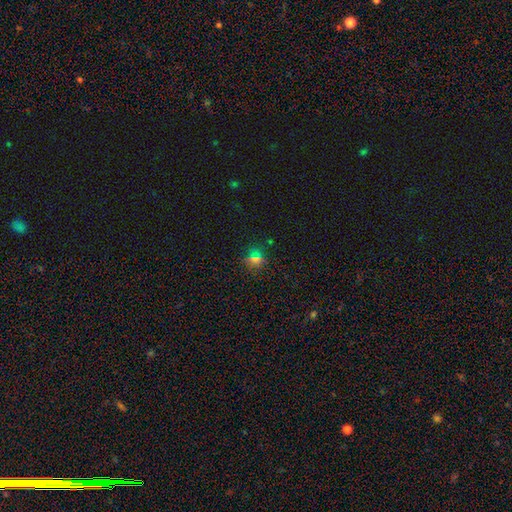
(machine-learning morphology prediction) A smooth galaxy with no disk features (59%) that is round (84%). Merging: none (86%).